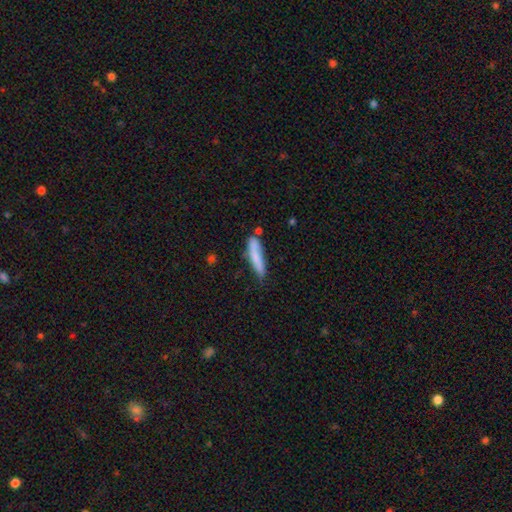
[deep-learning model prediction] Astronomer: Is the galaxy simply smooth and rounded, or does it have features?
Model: smooth — 75%.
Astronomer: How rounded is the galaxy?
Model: cigar-shaped — 83%.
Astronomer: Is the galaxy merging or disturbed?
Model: none — 63%.